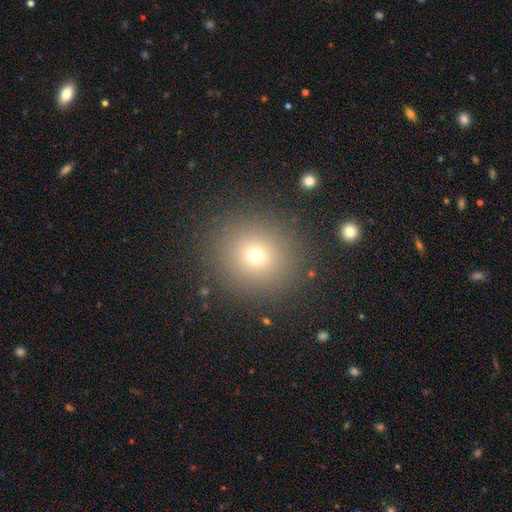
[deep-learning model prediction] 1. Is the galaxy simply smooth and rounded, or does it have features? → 68% smooth, 21% star or artifact, 11% featured or disk.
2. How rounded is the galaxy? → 89% round, 10% in between, 1% cigar-shaped.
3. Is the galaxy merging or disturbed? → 88% none, 7% minor disturbance, 3% major disturbance, 2% merger.